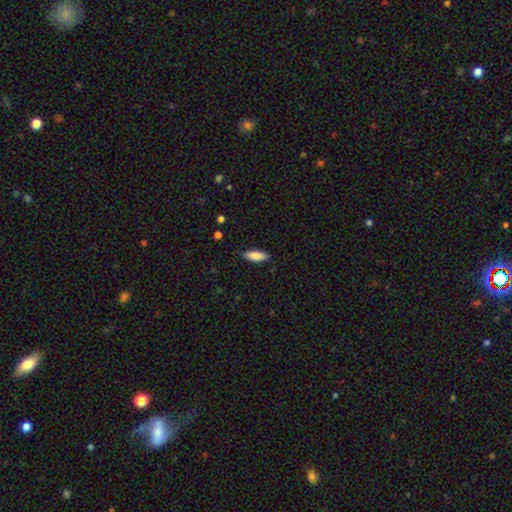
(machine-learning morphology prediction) smooth-or-featured: smooth: 87% | featured or disk: 7% | star or artifact: 6%
  how-rounded: in between: 66% | cigar-shaped: 32% | round: 2%
  merging: none: 85% | minor disturbance: 11% | major disturbance: 2% | merger: 1%